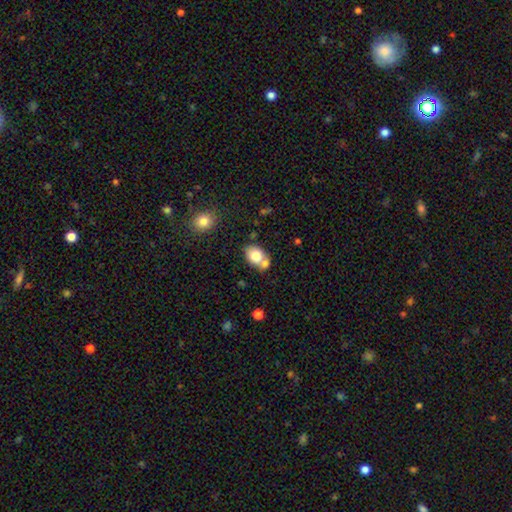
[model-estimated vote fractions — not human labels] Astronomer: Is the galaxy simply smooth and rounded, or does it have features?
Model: smooth — 77%.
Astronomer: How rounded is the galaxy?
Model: in between — 68%.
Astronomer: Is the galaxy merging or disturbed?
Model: none — 45% (runner-up: merger, 38%).